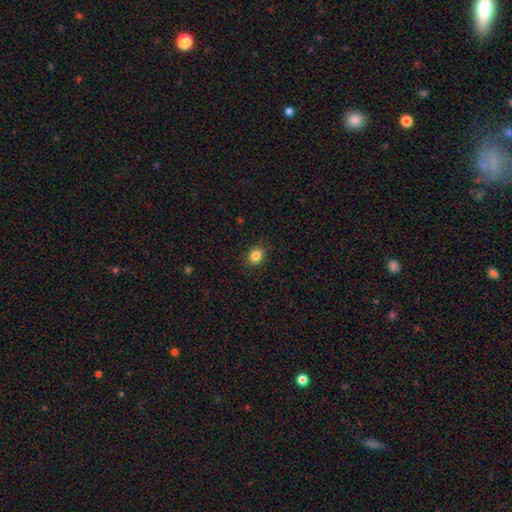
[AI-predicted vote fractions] smooth 84%, star or artifact 11%, featured or disk 5%. Down the decision tree: how rounded — round (63%); merging — none (87%).